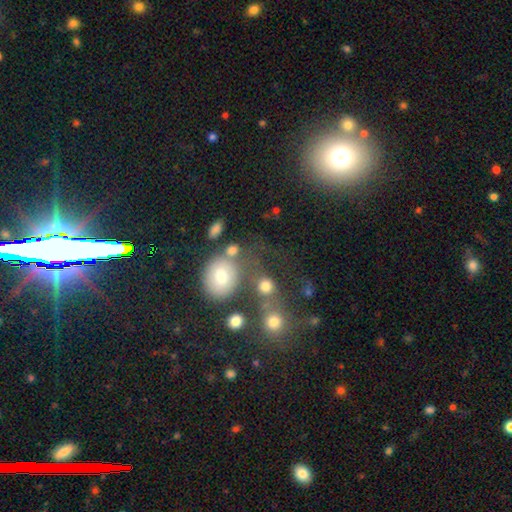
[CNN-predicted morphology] A smooth galaxy with no disk features (55%) that is round (60%). Merging: none (60%).